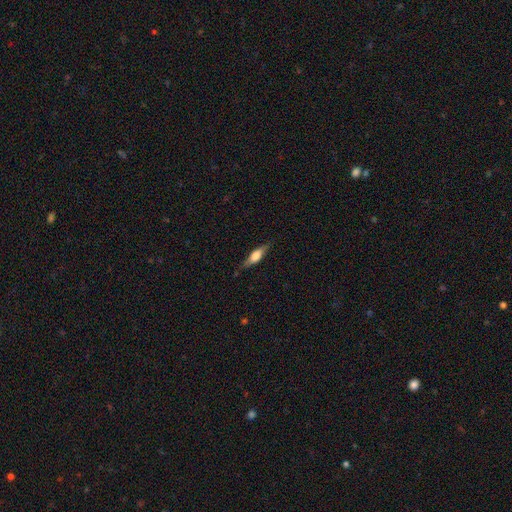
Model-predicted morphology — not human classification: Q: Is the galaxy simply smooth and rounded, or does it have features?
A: smooth — 55%.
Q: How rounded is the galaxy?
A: in between — 50%.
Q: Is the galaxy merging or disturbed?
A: none — 76%.